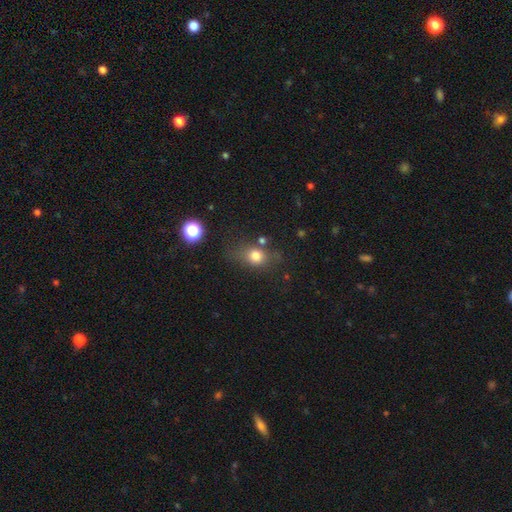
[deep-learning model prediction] smooth-or-featured: smooth: 77% | star or artifact: 13% | featured or disk: 10%
  how-rounded: round: 51% | in between: 46% | cigar-shaped: 2%
  merging: none: 62% | minor disturbance: 20% | major disturbance: 10% | merger: 7%